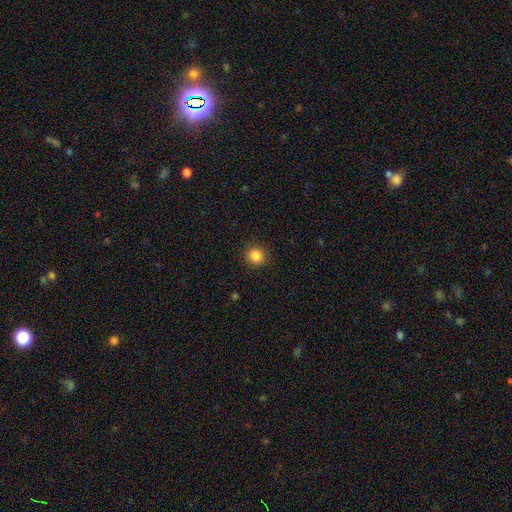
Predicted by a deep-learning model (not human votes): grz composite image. It shows a smooth galaxy with no disk features (86%) that is round (90%). Merging: none (91%).